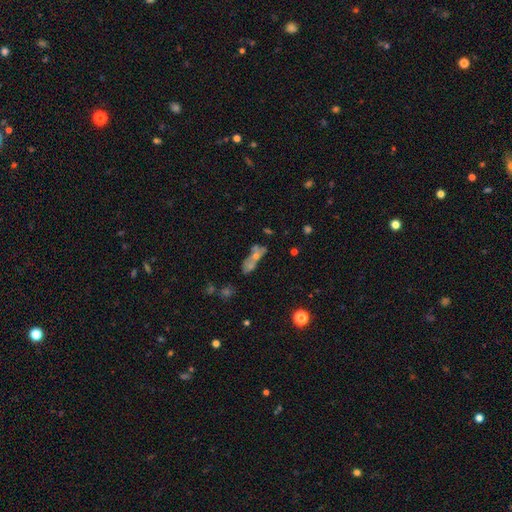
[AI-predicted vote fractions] Smooth or featured? Predicted: smooth (p=0.44). Merging? Predicted: none (p=0.38).